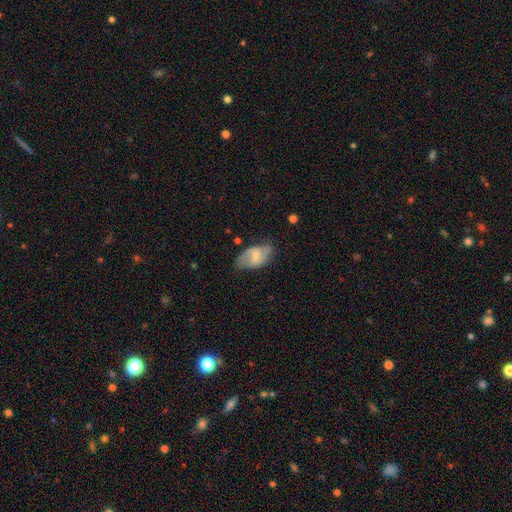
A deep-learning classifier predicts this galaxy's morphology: Smooth or featured? Predicted: featured or disk (p=0.57). Edge-on disk? Predicted: no (p=0.96). Bar? Predicted: weak (p=0.49). Spiral arms? Predicted: yes (p=0.83). Bulge size? Predicted: small (p=0.54). Merging? Predicted: none (p=0.59).